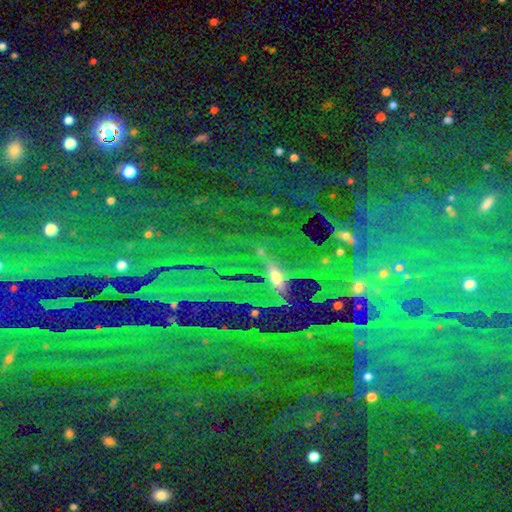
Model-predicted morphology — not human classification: Overall: star or artifact (82%).